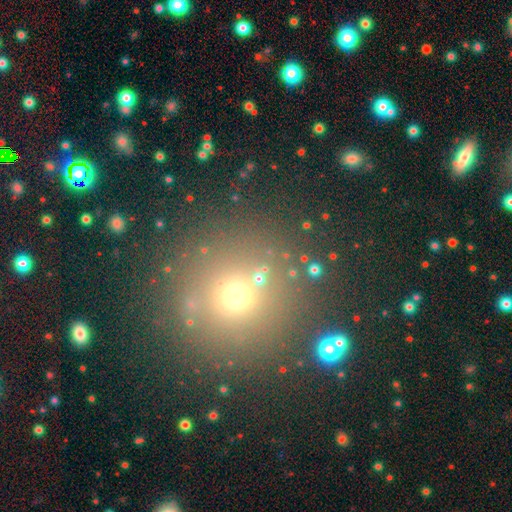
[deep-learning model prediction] Smooth or featured? smooth (58%)
How rounded? round (92%)
Merging? none (83%)